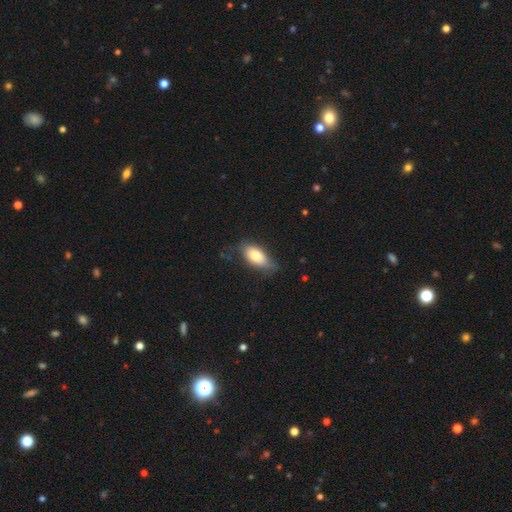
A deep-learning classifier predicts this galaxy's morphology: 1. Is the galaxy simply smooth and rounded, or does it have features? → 77% smooth, 16% featured or disk, 7% star or artifact.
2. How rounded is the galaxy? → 87% in between, 9% cigar-shaped, 4% round.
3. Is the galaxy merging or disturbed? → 62% none, 30% minor disturbance, 7% major disturbance, 2% merger.